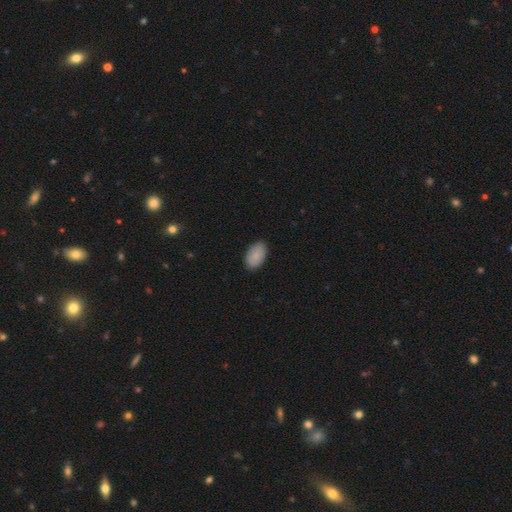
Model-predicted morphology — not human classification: The model was most divided on "merging": none: 87%, minor disturbance: 10%, major disturbance: 2%, merger: 1%. More confident: how rounded — in between (93%); smooth or featured — smooth (88%).